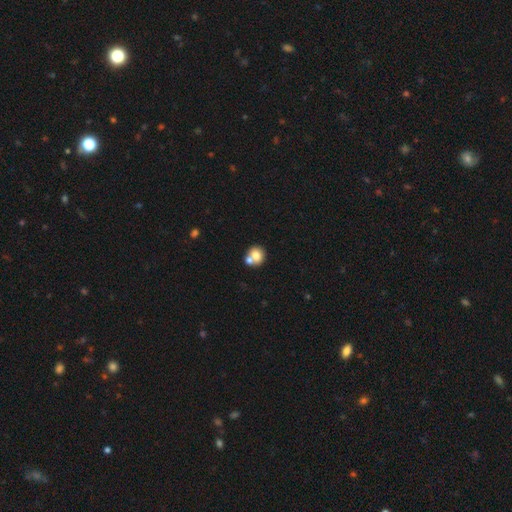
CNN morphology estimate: smooth 74%, featured or disk 16%, star or artifact 9%. Down the decision tree: how rounded — round (79%); merging — none (47%).